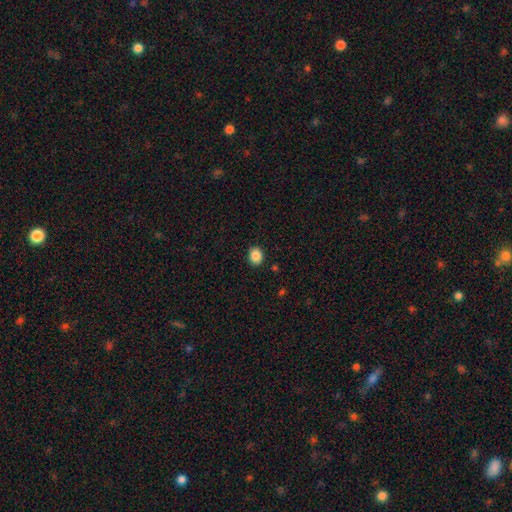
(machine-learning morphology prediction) Smooth or featured? Predicted: smooth (p=0.87). How rounded? Predicted: round (p=0.59). Merging? Predicted: none (p=0.89).